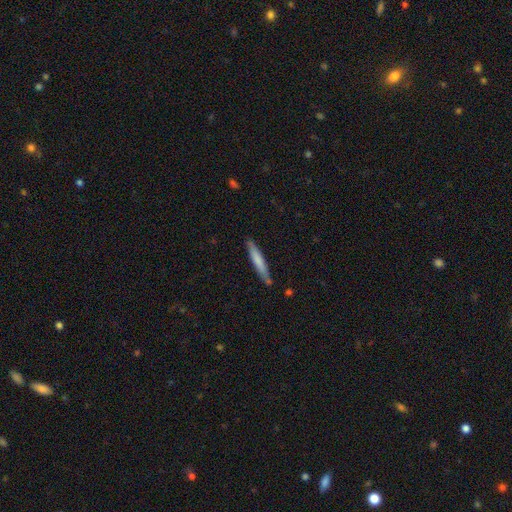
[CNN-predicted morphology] smooth_or_featured: smooth (p=0.63) [alt: featured or disk p=0.31]
how_rounded: cigar-shaped (p=0.95) [alt: in between p=0.03]
merging: none (p=0.87) [alt: minor disturbance p=0.10]